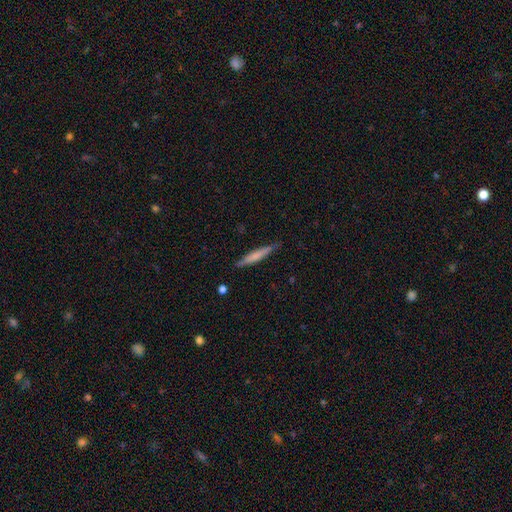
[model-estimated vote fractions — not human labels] The model was most divided on "smooth or featured": smooth: 62%, featured or disk: 33%, star or artifact: 5%. More confident: how rounded — cigar-shaped (93%); merging — none (81%).